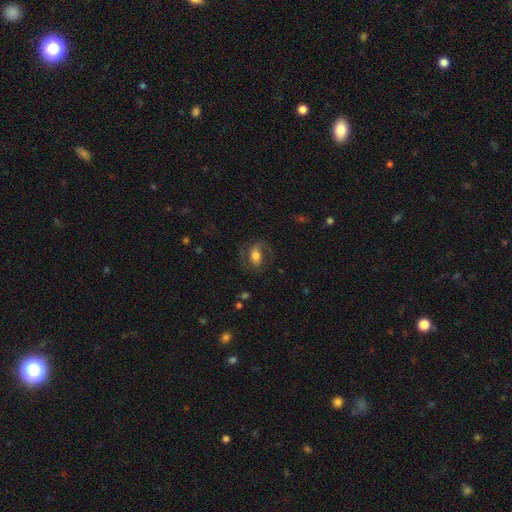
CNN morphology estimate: Smooth or featured? Predicted: featured or disk (p=0.51). Edge-on disk? Predicted: no (p=0.94). Merging? Predicted: none (p=0.64).